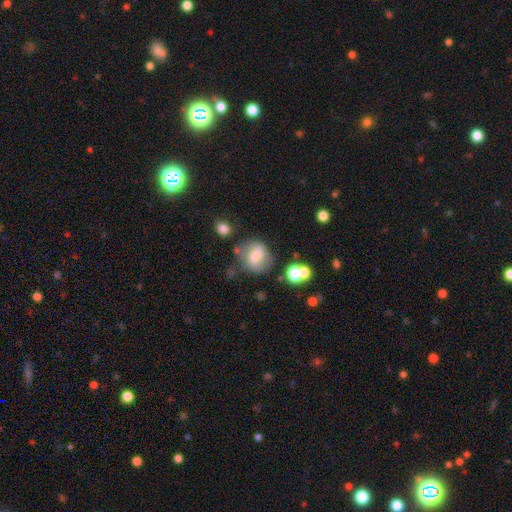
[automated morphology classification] This is possibly a smooth galaxy (58%). How rounded: likely round (72%). Merging: likely none (65%).